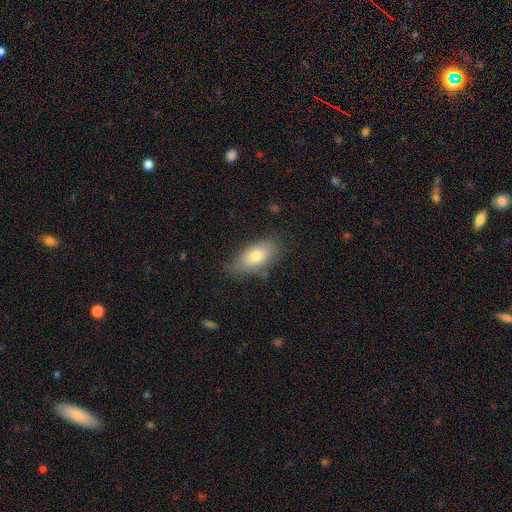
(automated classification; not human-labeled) Q: Smooth or featured?
A: smooth (71%); runner-up: featured or disk (22%)
Q: How rounded?
A: in between (89%); runner-up: cigar-shaped (6%)
Q: Merging?
A: none (71%); runner-up: minor disturbance (22%)